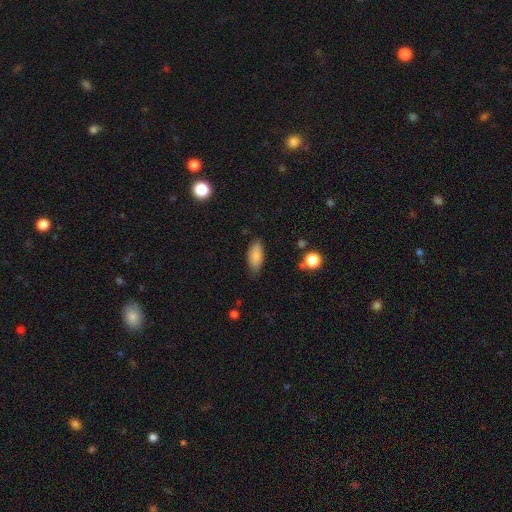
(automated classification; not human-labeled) Smooth or featured? smooth (83%)
How rounded? in between (86%)
Merging? none (79%)